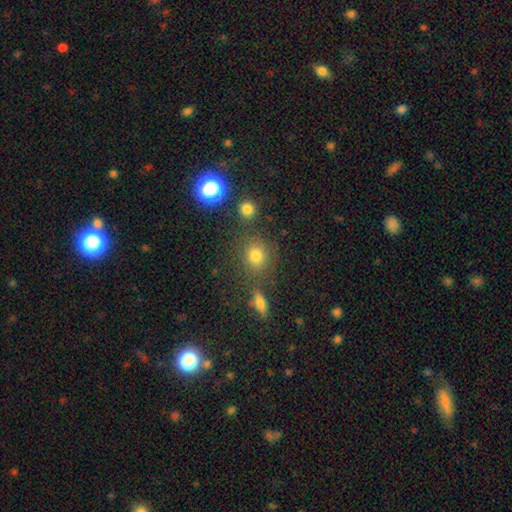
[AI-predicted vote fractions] smooth_or_featured: smooth (p=0.74) [alt: star or artifact p=0.18]
how_rounded: round (p=0.81) [alt: in between p=0.17]
merging: none (p=0.76) [alt: minor disturbance p=0.11]